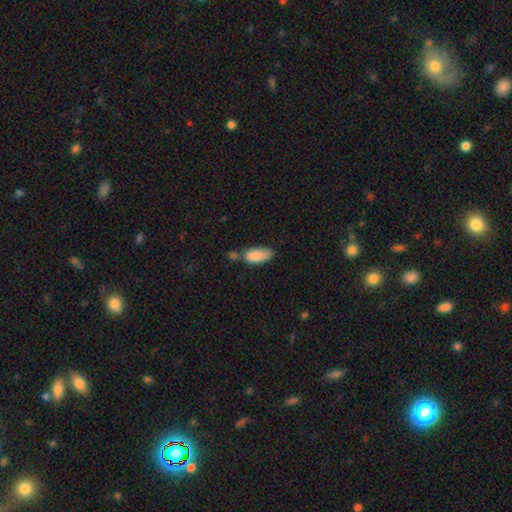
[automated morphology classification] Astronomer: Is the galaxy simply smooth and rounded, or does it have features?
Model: smooth — 84%.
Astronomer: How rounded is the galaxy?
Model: in between — 88%.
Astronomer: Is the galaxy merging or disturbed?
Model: none — 42% (runner-up: minor disturbance, 26%).